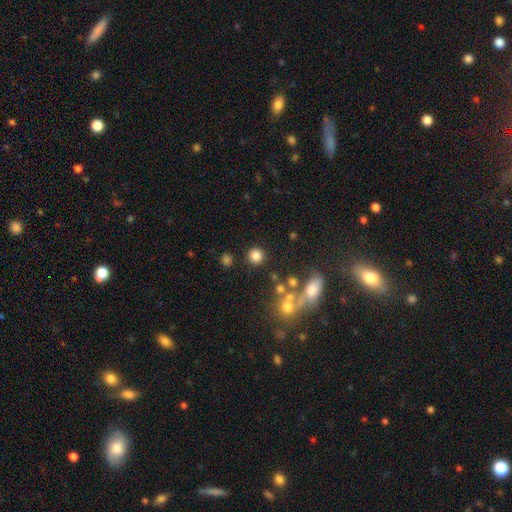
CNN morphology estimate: type=smooth (80%); roundness=round (92%); merging=none (84%).